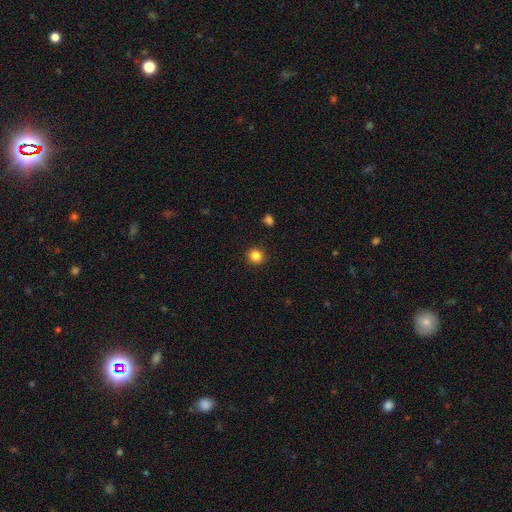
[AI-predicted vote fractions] Overall: smooth (84%). How rounded: round (93%). Merging: none (92%).